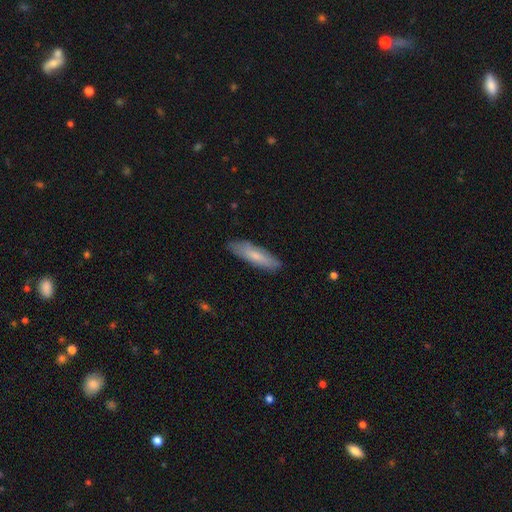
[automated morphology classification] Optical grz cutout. It shows a smooth galaxy with no disk features (69%) that is cigar-shaped (65%). Merging: none (83%).